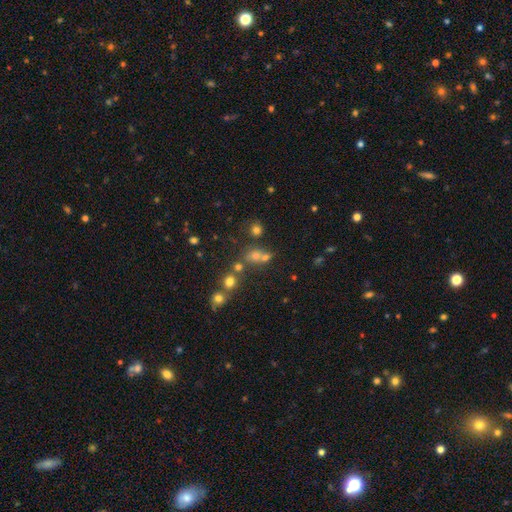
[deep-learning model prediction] smooth 50%, star or artifact 36%, featured or disk 14%. Down the decision tree: how rounded — round (74%); merging — none (53%).